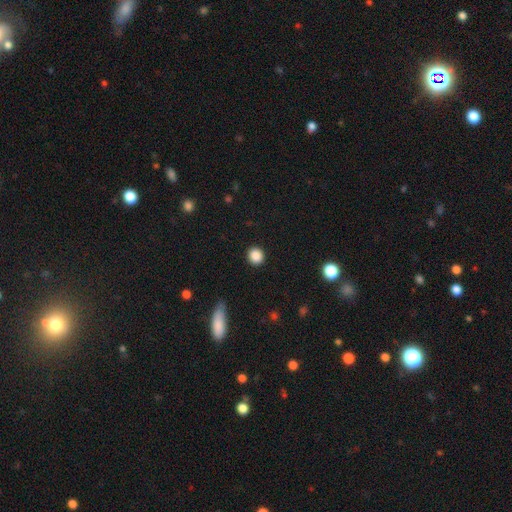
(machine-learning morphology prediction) Overall: smooth (88%). How rounded: round (89%). Merging: none (91%).